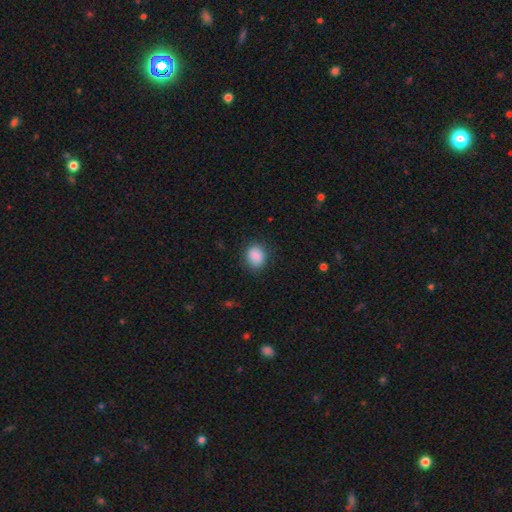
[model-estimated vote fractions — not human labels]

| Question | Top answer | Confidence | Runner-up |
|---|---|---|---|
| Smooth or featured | smooth | 88% | star or artifact (8%) |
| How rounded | round | 53% | in between (46%) |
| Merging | none | 83% | minor disturbance (13%) |